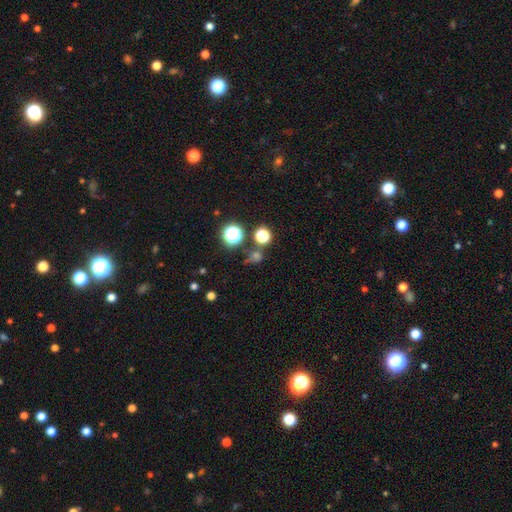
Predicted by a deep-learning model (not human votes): A star or artifact, not a galaxy (50%).